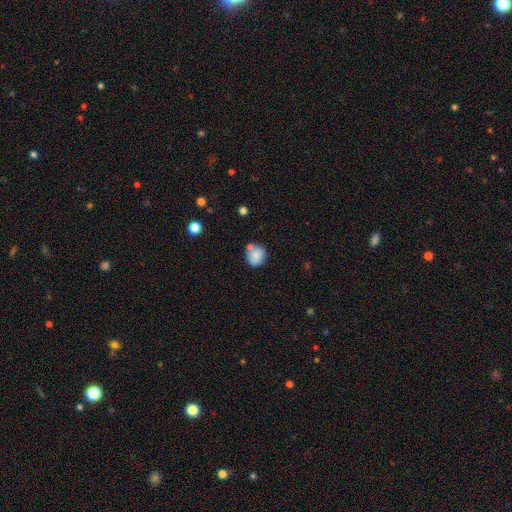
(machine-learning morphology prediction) smooth_or_featured: smooth (p=0.81) [alt: featured or disk p=0.11]
how_rounded: round (p=0.77) [alt: in between p=0.22]
merging: none (p=0.60) [alt: minor disturbance p=0.18]